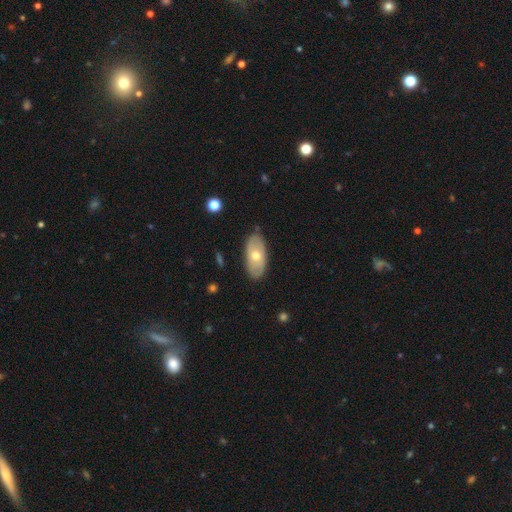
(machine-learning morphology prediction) smooth 52%, featured or disk 42%, star or artifact 6%. Down the decision tree: how rounded — in between (93%); merging — none (85%).